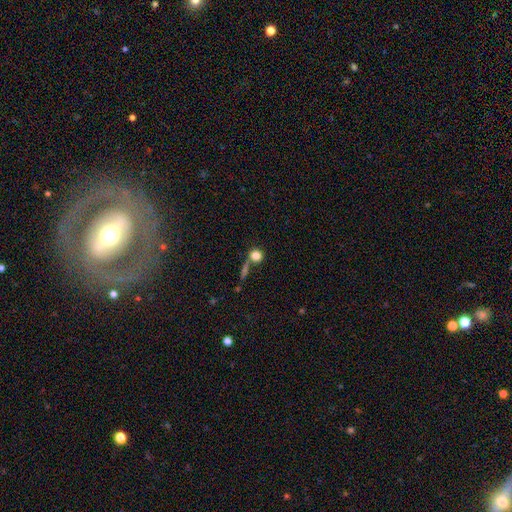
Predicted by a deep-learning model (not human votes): This is likely a smooth galaxy (79%). How rounded: clearly round (85%). Merging: possibly none (54%).